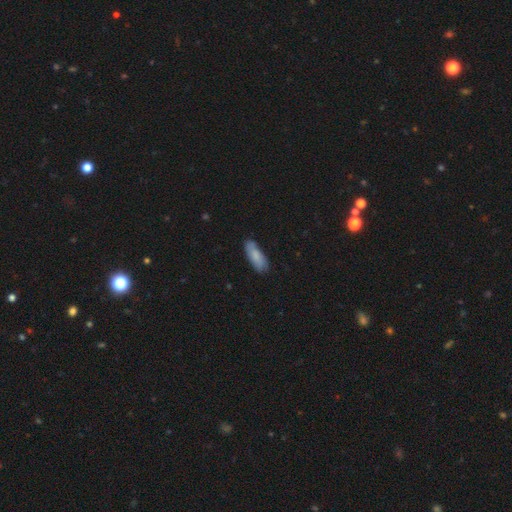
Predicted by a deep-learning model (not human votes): This is clearly a smooth galaxy (81%). How rounded: likely in between (68%). Merging: likely none (79%).